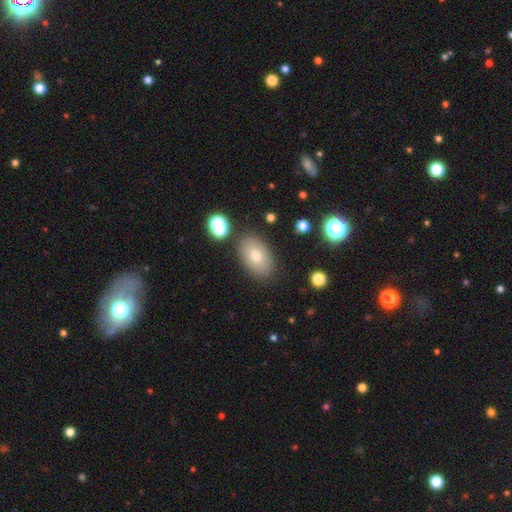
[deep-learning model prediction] Smooth or featured? Predicted: smooth (p=0.70). How rounded? Predicted: in between (p=0.88). Merging? Predicted: none (p=0.83).